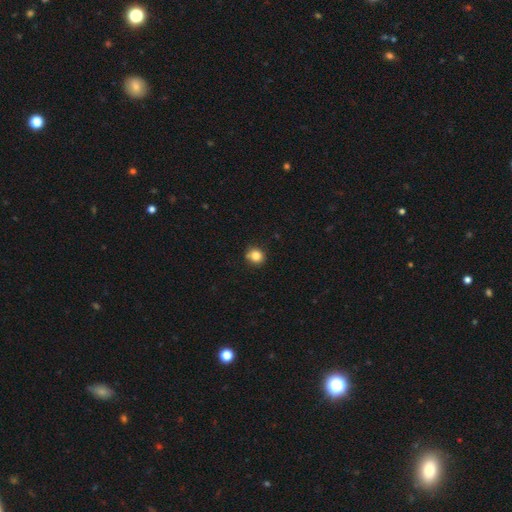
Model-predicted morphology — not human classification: smooth 83%, star or artifact 11%, featured or disk 5%. Down the decision tree: how rounded — round (85%); merging — none (82%).